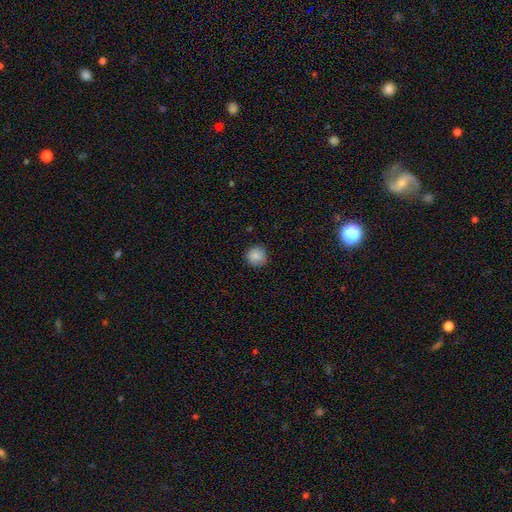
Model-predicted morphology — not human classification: This appears to be a smooth galaxy with no disk features (87%) that is round (93%). Merging: none (86%).